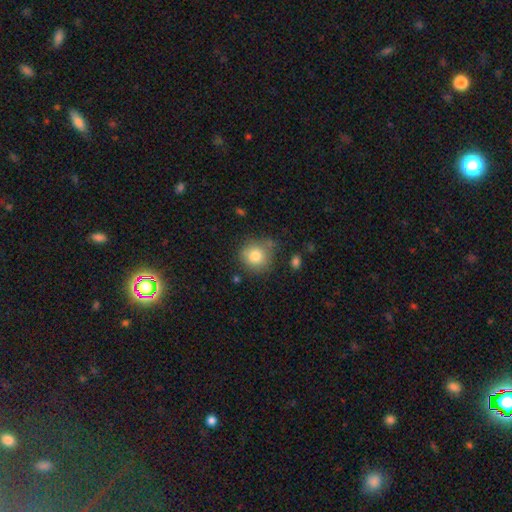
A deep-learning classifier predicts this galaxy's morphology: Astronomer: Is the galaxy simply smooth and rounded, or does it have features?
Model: smooth — 80%.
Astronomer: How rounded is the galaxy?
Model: round — 88%.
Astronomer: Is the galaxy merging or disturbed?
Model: none — 72%.